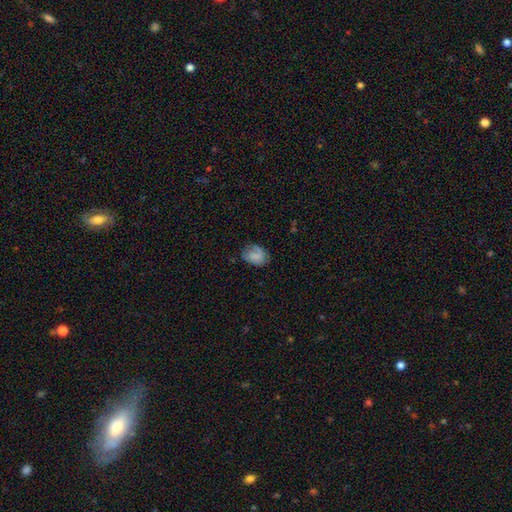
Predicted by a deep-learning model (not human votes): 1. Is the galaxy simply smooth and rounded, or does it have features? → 75% smooth, 16% featured or disk, 9% star or artifact.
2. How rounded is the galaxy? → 67% in between, 32% round, 1% cigar-shaped.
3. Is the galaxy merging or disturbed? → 62% none, 28% minor disturbance, 9% major disturbance, 2% merger.